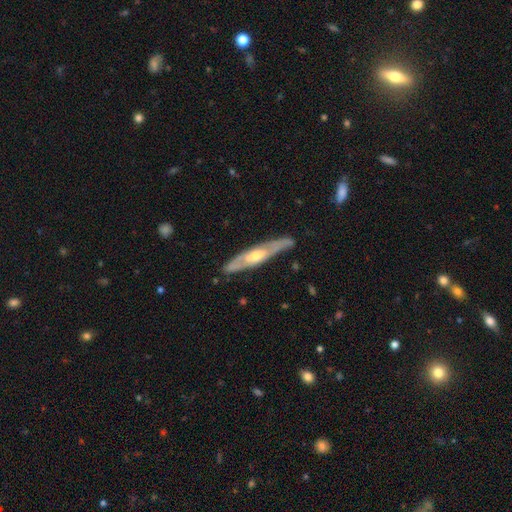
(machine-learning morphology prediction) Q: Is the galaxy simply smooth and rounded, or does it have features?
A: featured or disk — 68%.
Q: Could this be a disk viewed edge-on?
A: yes — 65%.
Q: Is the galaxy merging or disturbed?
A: none — 79%.